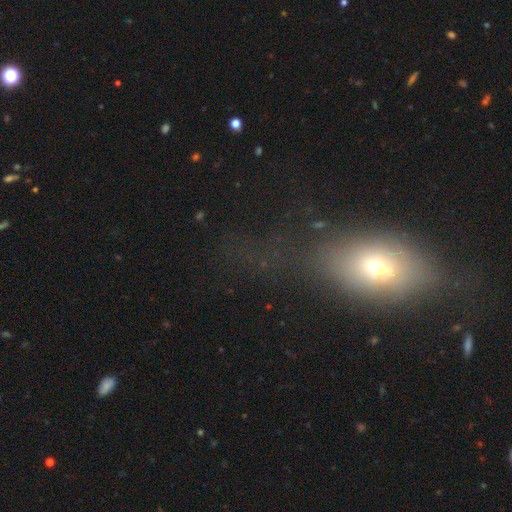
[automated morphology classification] smooth 50%, star or artifact 31%, featured or disk 19%. Down the decision tree: merging — none (58%).